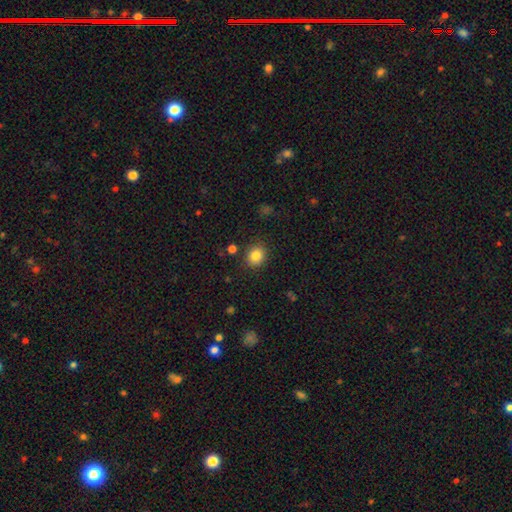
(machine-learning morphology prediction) Smooth or featured: smooth — 83% (star or artifact — 11%)
How rounded: round — 77% (in between — 22%)
Merging: none — 86% (minor disturbance — 9%)